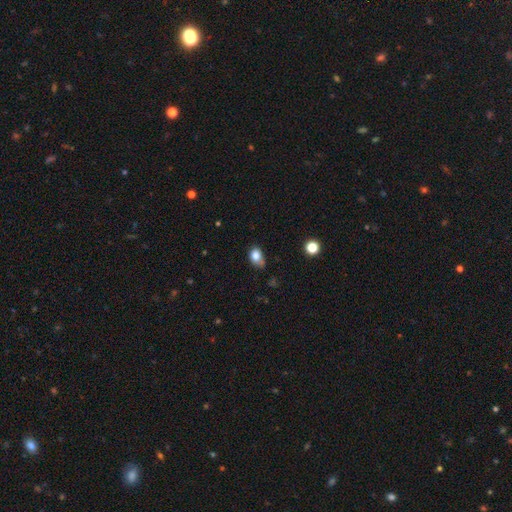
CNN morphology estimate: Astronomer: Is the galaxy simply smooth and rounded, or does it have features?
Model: smooth — 82%.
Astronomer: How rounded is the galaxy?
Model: in between — 68%.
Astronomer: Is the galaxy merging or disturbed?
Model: none — 52% (runner-up: minor disturbance, 35%).